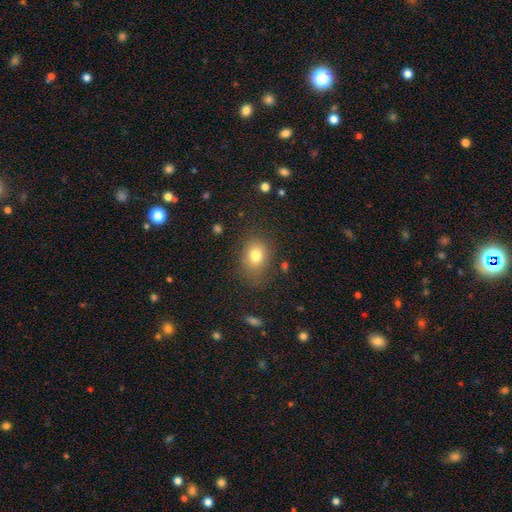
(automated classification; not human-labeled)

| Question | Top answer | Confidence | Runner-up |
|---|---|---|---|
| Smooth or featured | smooth | 79% | star or artifact (11%) |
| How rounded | in between | 61% | round (38%) |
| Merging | none | 73% | minor disturbance (18%) |